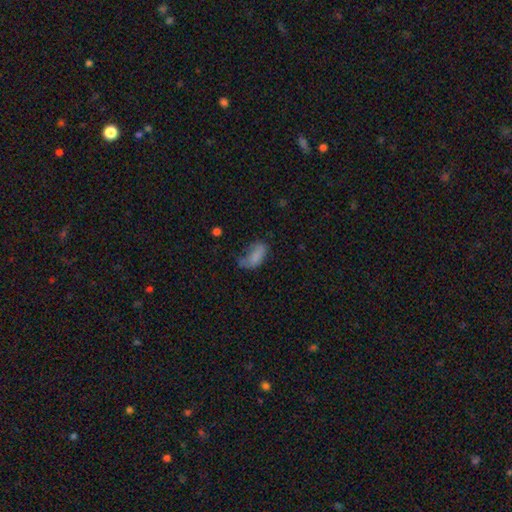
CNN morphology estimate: smooth_or_featured: smooth (p=0.75) [alt: featured or disk p=0.14]
how_rounded: in between (p=0.91) [alt: round p=0.05]
merging: minor disturbance (p=0.32) [tied with: major disturbance p=0.32]